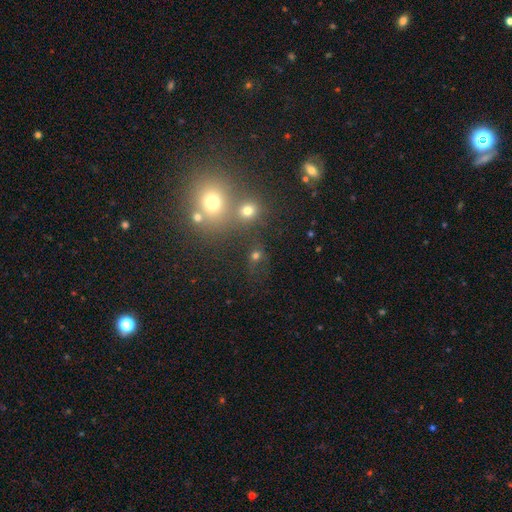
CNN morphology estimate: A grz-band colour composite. It shows a smooth galaxy with no disk features (60%) that is round (70%). Merging: none (60%).